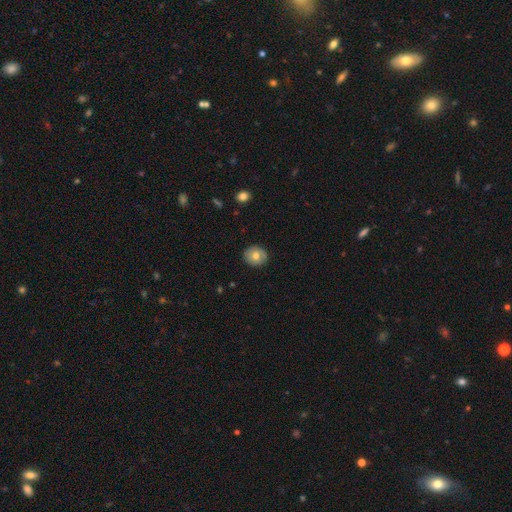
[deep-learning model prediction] Q: Smooth or featured?
A: smooth (70%); runner-up: featured or disk (22%)
Q: How rounded?
A: round (78%); runner-up: in between (21%)
Q: Merging?
A: none (87%); runner-up: minor disturbance (10%)